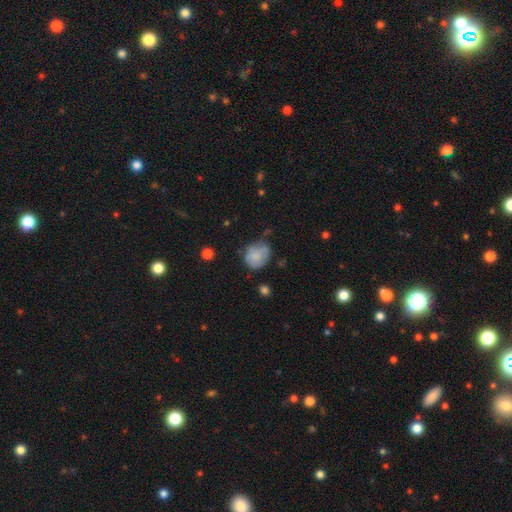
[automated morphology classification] Q: Smooth or featured?
A: smooth (76%); runner-up: featured or disk (16%)
Q: How rounded?
A: round (69%); runner-up: in between (30%)
Q: Merging?
A: none (52%); runner-up: minor disturbance (31%)